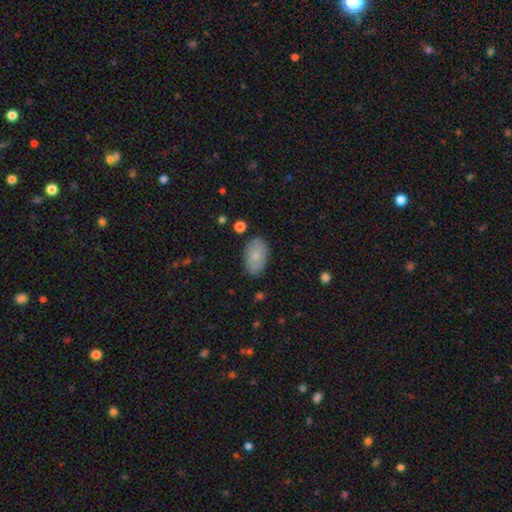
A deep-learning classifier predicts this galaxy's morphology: smooth-or-featured: smooth: 81% | featured or disk: 12% | star or artifact: 7%
  how-rounded: in between: 93% | round: 6% | cigar-shaped: 1%
  merging: none: 84% | minor disturbance: 12% | major disturbance: 3% | merger: 2%